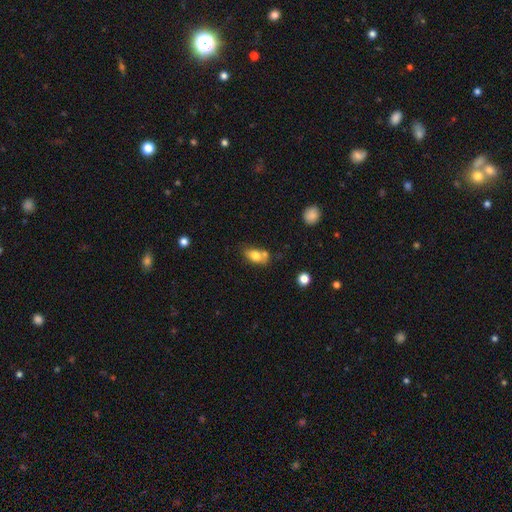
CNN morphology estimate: Overall: smooth (75%). How rounded: in between (82%). Merging: none (44%; merger 31%).